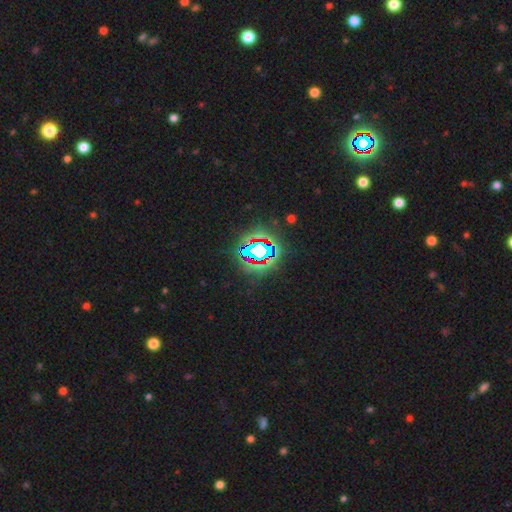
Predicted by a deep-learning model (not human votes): This appears to be a star or artifact, not a galaxy (82%).